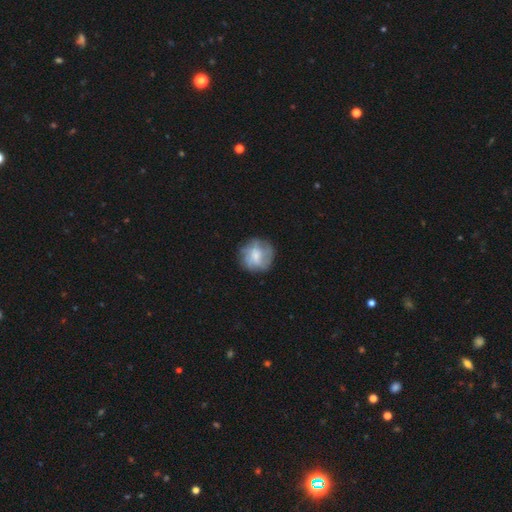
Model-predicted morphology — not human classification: Q: Smooth or featured?
A: smooth (49%); runner-up: featured or disk (43%)
Q: Merging?
A: none (76%); runner-up: minor disturbance (16%)